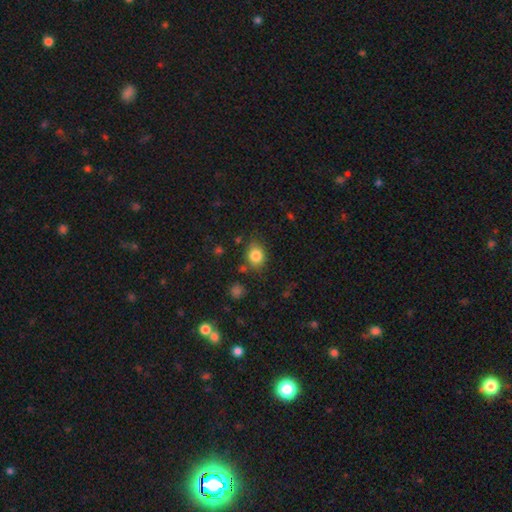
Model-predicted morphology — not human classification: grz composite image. It shows a smooth galaxy with no disk features (83%) that is in between round and cigar-shaped (50%). Merging: none (76%).